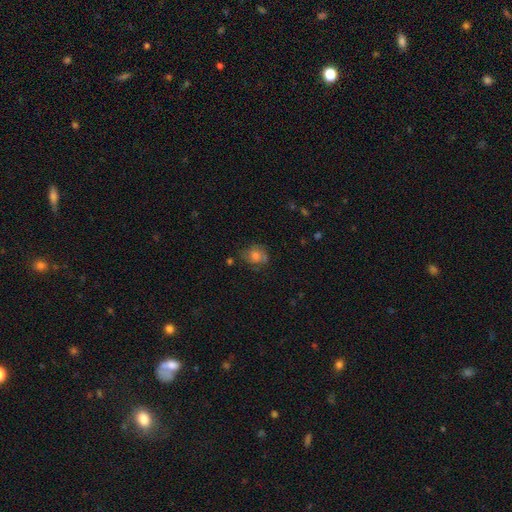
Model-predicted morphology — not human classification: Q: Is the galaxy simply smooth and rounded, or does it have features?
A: smooth — 64%.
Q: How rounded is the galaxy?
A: round — 65%.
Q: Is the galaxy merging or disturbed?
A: none — 61%.